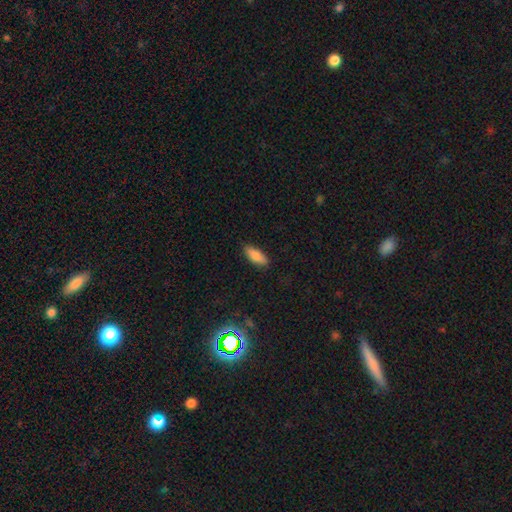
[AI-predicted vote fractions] A smooth galaxy with no disk features (83%) that is in between round and cigar-shaped (71%). Merging: none (87%).